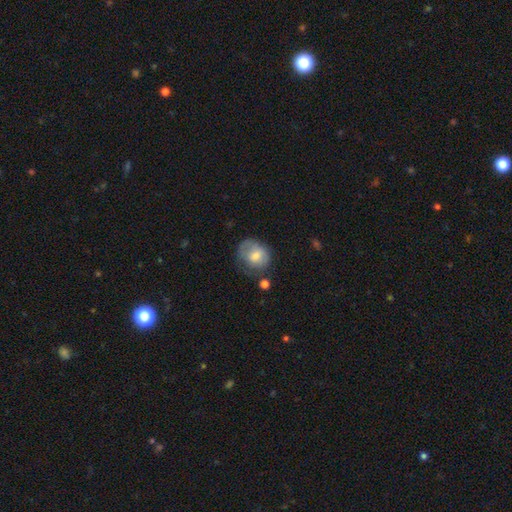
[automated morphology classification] smooth_or_featured: smooth (p=0.64) [alt: featured or disk p=0.28]
how_rounded: round (p=0.62) [alt: in between p=0.37]
merging: none (p=0.45) [alt: minor disturbance p=0.31]